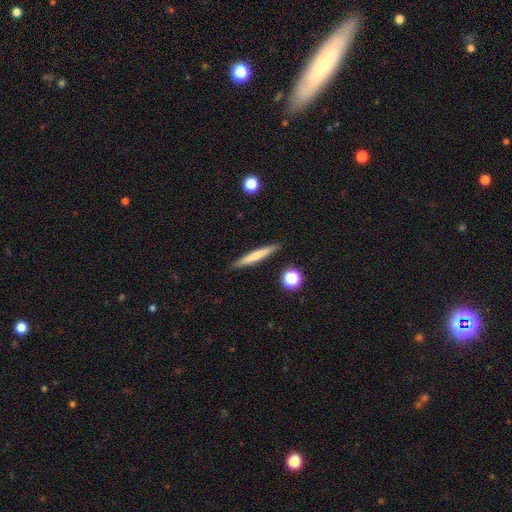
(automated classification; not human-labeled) The model was most divided on "smooth or featured": smooth: 63%, featured or disk: 30%, star or artifact: 7%. More confident: how rounded — cigar-shaped (95%); merging — none (90%).